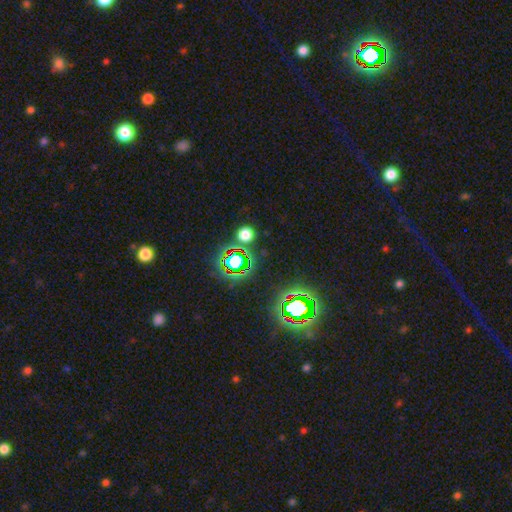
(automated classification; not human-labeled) A star or artifact, not a galaxy (75%).